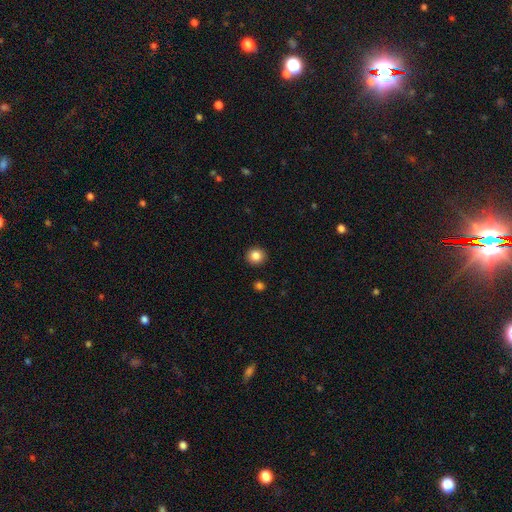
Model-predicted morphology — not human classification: type=smooth (85%); roundness=round (88%); merging=none (92%).